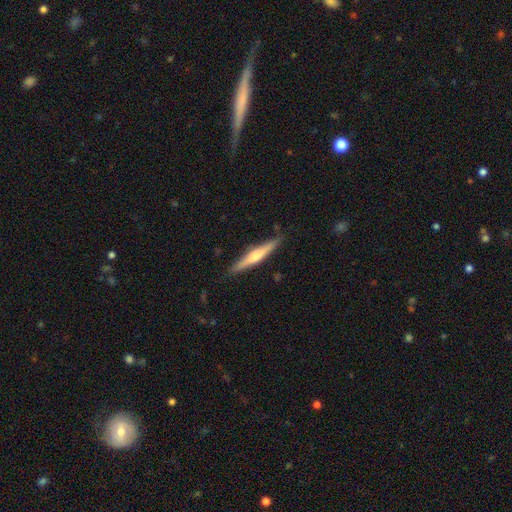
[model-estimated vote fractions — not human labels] A featured or disk galaxy (54%) viewed edge-on (97%) with a rounded central bulge (72%).

Vote fractions:
- Smooth or featured? featured or disk: 54% / smooth: 41% / star or artifact: 6%
- Edge-on disk? yes: 97% / no: 3%
- Edge-on bulge? rounded: 72% / none: 18% / boxy: 11%
- Merging? none: 87% / minor disturbance: 10% / major disturbance: 2% / merger: 1%